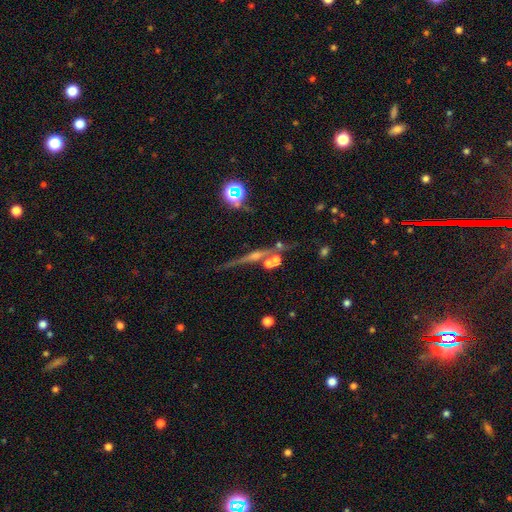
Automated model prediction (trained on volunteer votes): featured or disk 66%, star or artifact 17%, smooth 17%. Down the decision tree: edge-on disk — yes (92%); edge-on bulge — rounded (73%); merging — none (69%).